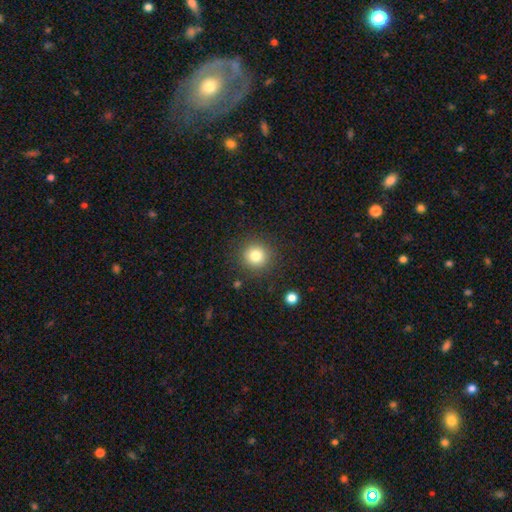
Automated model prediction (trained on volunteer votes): smooth-or-featured: smooth: 80% | star or artifact: 12% | featured or disk: 8%
  how-rounded: round: 94% | in between: 5% | cigar-shaped: 1%
  merging: none: 89% | minor disturbance: 7% | major disturbance: 3% | merger: 2%